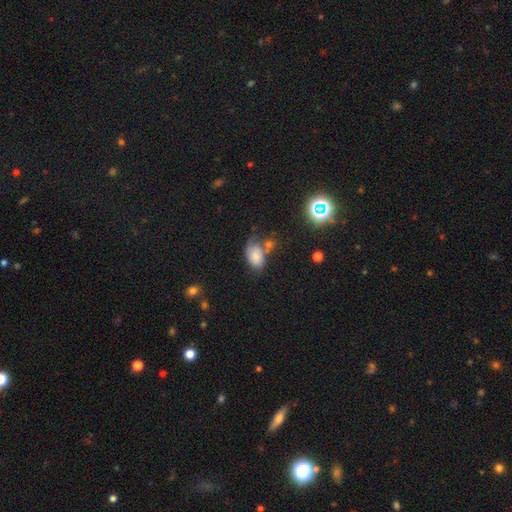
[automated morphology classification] Q: Smooth or featured?
A: smooth (68%); runner-up: featured or disk (19%)
Q: How rounded?
A: in between (87%); runner-up: round (12%)
Q: Merging?
A: none (37%); runner-up: minor disturbance (26%)